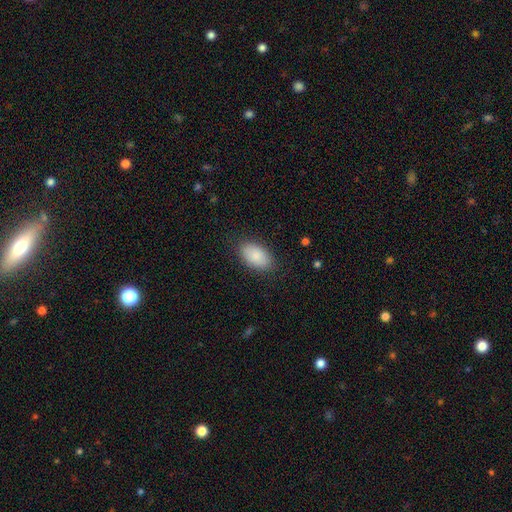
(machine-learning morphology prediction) Smooth or featured: smooth — 88% (star or artifact — 6%)
How rounded: in between — 94% (round — 5%)
Merging: none — 85% (minor disturbance — 11%)